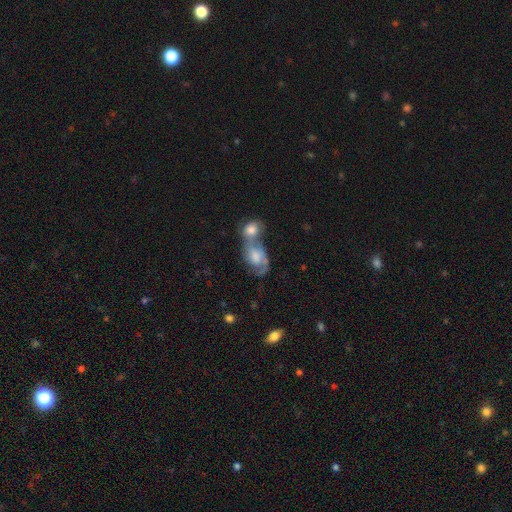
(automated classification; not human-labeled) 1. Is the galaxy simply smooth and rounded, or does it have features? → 66% featured or disk, 24% smooth, 10% star or artifact.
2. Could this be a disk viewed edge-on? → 96% no, 4% yes.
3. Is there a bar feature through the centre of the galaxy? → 62% no, 32% weak, 6% strong.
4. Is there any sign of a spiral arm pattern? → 89% yes, 11% no.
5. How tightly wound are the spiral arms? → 47% medium, 32% tight, 21% loose.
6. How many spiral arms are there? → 74% 2, 12% can't tell, 8% 1, 3% 3, 2% 4, 2% more than 4.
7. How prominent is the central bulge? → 45% moderate, 26% small, 16% large, 10% none, 3% dominant.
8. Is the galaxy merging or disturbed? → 62% merger, 22% none, 9% minor disturbance, 7% major disturbance.